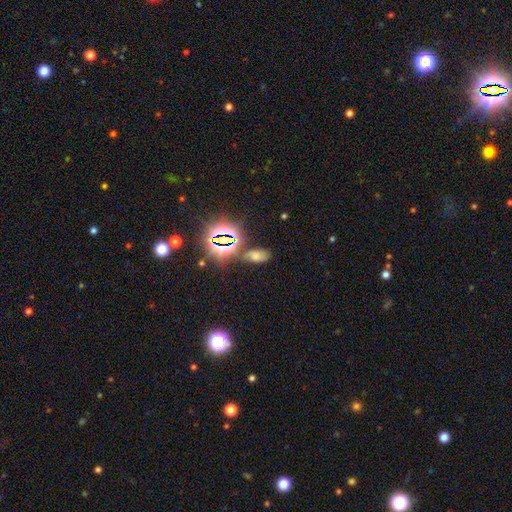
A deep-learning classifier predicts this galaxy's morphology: type=smooth (48%); merging=none (63%).